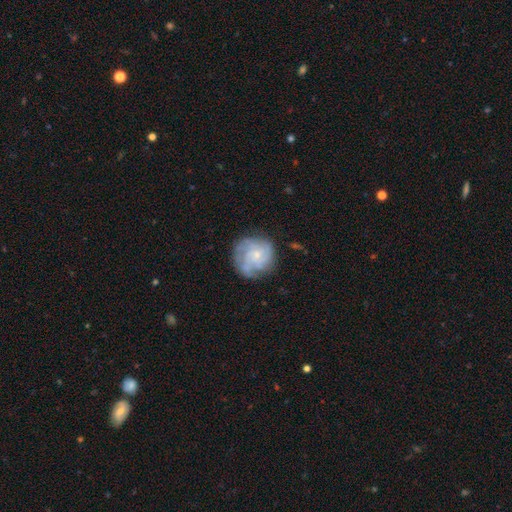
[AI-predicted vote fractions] smooth-or-featured: featured or disk: 69% | smooth: 23% | star or artifact: 8%
  disk-edge-on: no: 98% | yes: 2%
    bar: no: 80% | weak: 18% | strong: 2%
    has-spiral-arms: yes: 88% | no: 12%
      spiral-winding: tight: 54% | medium: 33% | loose: 13%
      spiral-arm-count: can't tell: 34% | 4: 24% | 3: 20% | 2: 9% | more than 4: 8% | 1: 6%
    bulge-size: small: 76% | moderate: 16% | none: 6% | large: 1% | dominant: 1%
  merging: none: 68% | minor disturbance: 20% | major disturbance: 10% | merger: 2%